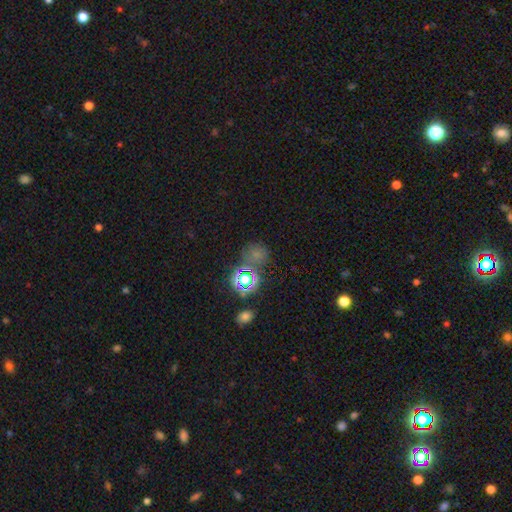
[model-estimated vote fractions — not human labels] smooth-or-featured: star or artifact: 47% | smooth: 45% | featured or disk: 8%